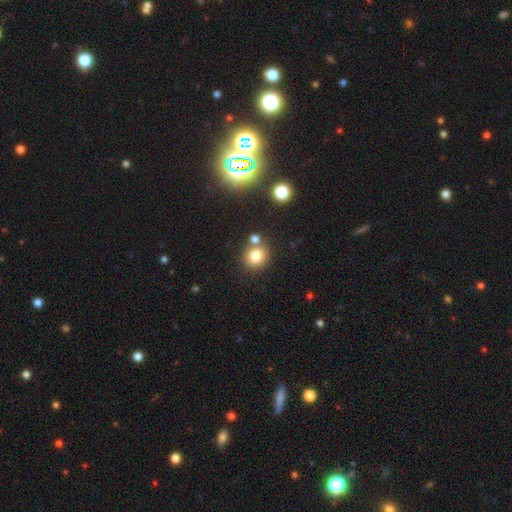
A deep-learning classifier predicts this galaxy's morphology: A smooth galaxy with no disk features (80%) that is round (81%).

Vote fractions:
- Smooth or featured? smooth: 80% / star or artifact: 12% / featured or disk: 8%
- How rounded? round: 81% / in between: 18% / cigar-shaped: 1%
- Merging? none: 68% / merger: 19% / minor disturbance: 10% / major disturbance: 3%